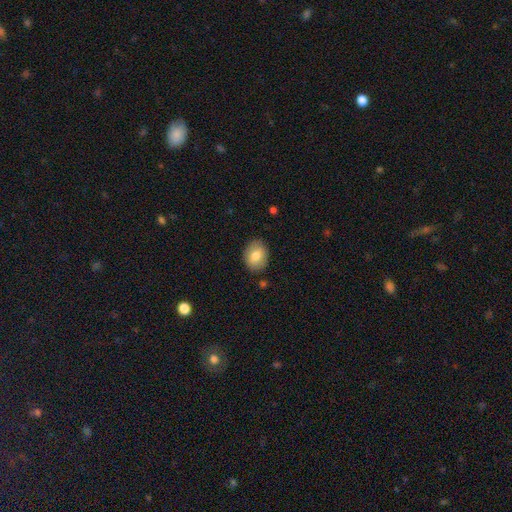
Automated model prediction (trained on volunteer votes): This is likely a smooth galaxy (78%). How rounded: possibly in between (60%). Merging: clearly none (86%).